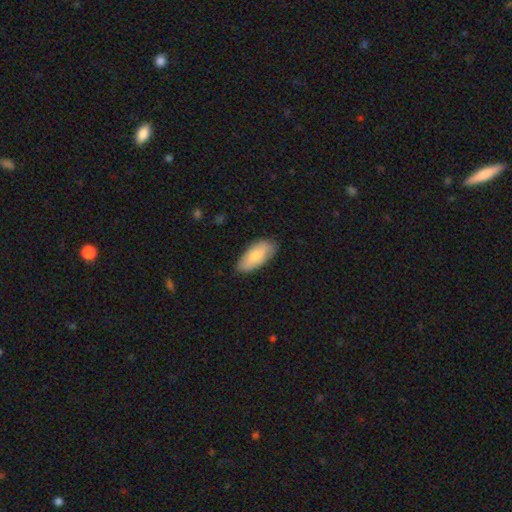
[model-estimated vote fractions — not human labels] The model was most divided on "smooth or featured": smooth: 77%, featured or disk: 17%, star or artifact: 5%. More confident: how rounded — in between (89%); merging — none (82%).